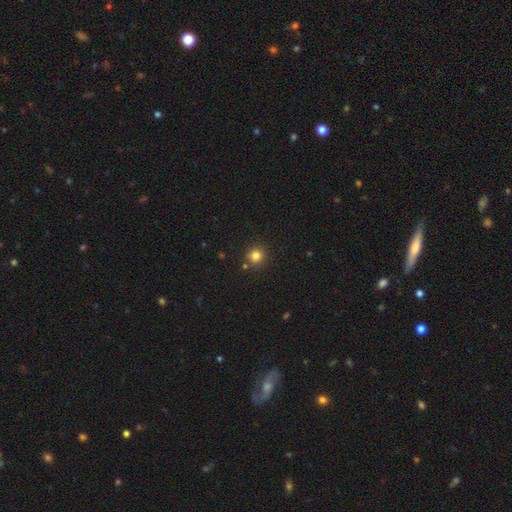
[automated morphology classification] The model was most divided on "smooth or featured": smooth: 81%, star or artifact: 13%, featured or disk: 5%. More confident: how rounded — round (91%); merging — none (83%).